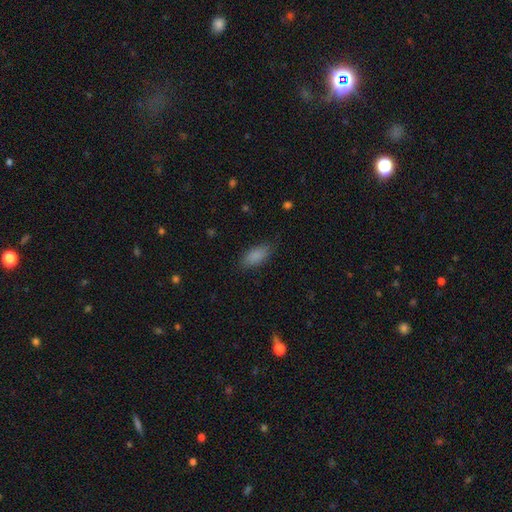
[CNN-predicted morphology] smooth-or-featured: smooth: 87% | star or artifact: 8% | featured or disk: 5%
  how-rounded: in between: 86% | cigar-shaped: 11% | round: 2%
  merging: none: 80% | minor disturbance: 15% | major disturbance: 4% | merger: 1%